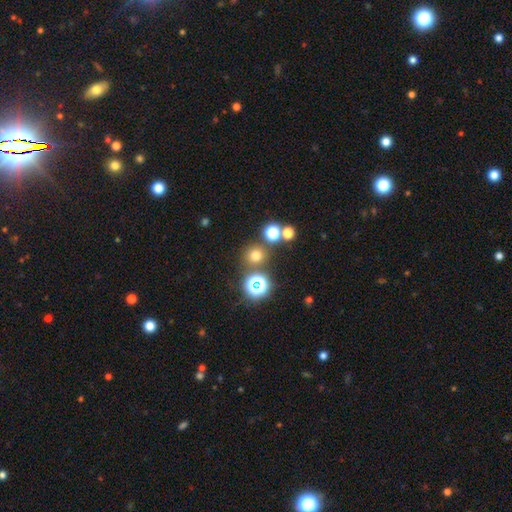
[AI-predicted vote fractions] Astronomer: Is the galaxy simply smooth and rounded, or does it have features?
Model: smooth — 66%.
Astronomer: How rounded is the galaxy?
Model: round — 92%.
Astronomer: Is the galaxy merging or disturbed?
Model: none — 78%.